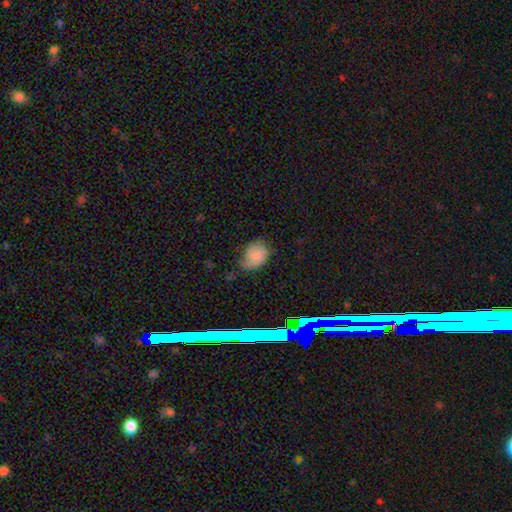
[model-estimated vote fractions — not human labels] A smooth galaxy with no disk features (79%) that is in between round and cigar-shaped (61%). Merging: none (50%).